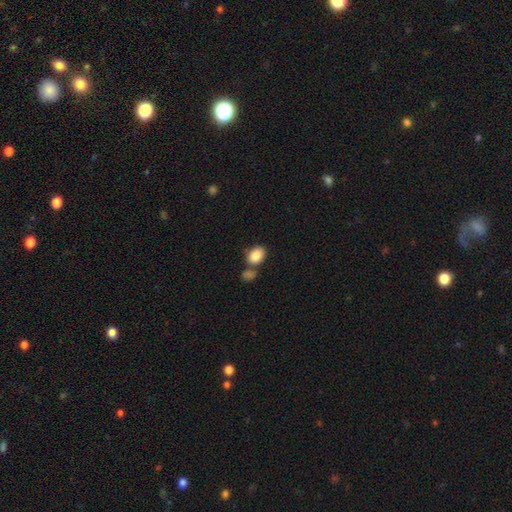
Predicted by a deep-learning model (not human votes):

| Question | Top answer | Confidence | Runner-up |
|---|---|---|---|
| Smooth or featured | smooth | 86% | star or artifact (8%) |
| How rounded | in between | 76% | round (23%) |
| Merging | none | 57% | merger (27%) |